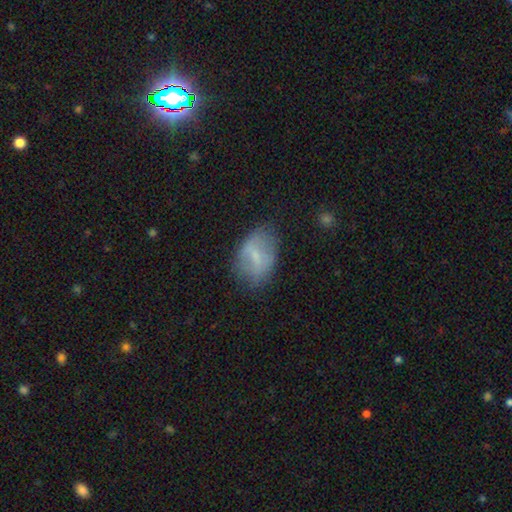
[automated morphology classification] Smooth or featured? Predicted: smooth (p=0.54). How rounded? Predicted: in between (p=0.82). Merging? Predicted: none (p=0.68).